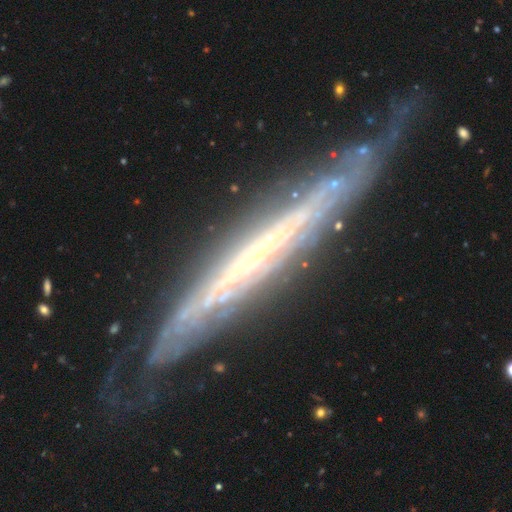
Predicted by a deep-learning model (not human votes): This appears to be a featured or disk galaxy (81%) viewed edge-on (77%) with no central bulge (78%). Merging: none (72%).